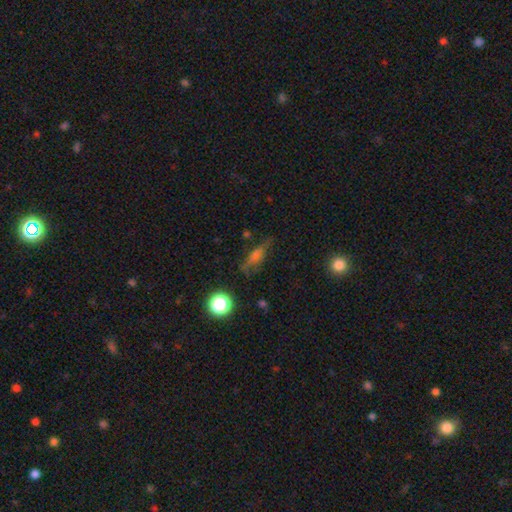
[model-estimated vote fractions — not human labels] Overall: smooth (47%; featured or disk 35%). Merging: none (72%).